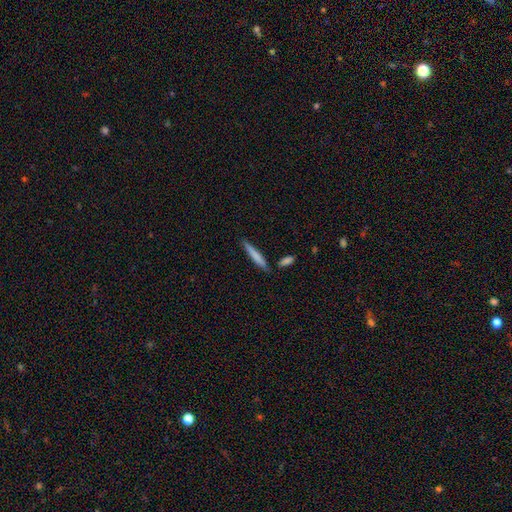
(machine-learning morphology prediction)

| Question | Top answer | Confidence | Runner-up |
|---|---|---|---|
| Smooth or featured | smooth | 75% | featured or disk (20%) |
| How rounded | cigar-shaped | 93% | in between (6%) |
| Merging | none | 81% | minor disturbance (10%) |